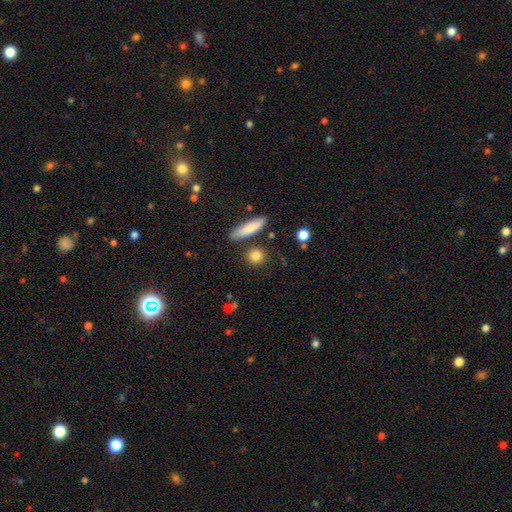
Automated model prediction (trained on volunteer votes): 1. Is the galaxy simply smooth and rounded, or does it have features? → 83% smooth, 9% star or artifact, 8% featured or disk.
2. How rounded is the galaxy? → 73% round, 17% in between, 10% cigar-shaped.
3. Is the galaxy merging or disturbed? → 82% none, 9% minor disturbance, 6% merger, 3% major disturbance.